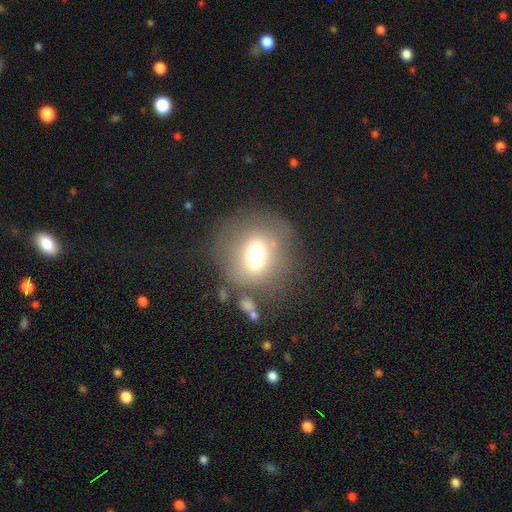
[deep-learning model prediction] smooth_or_featured: smooth (p=0.64) [alt: featured or disk p=0.20]
how_rounded: round (p=0.76) [alt: in between p=0.23]
merging: none (p=0.65) [alt: minor disturbance p=0.16]